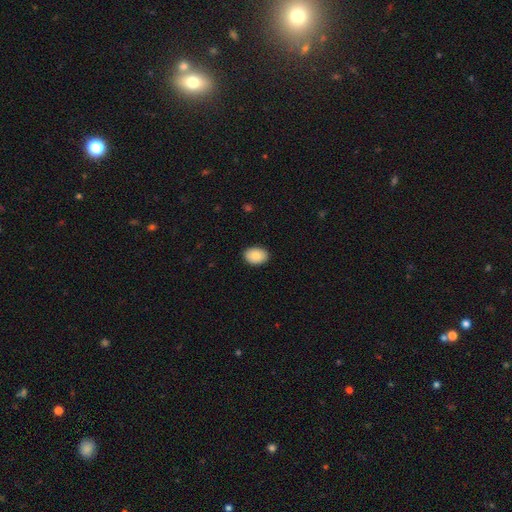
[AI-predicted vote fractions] Smooth or featured: smooth — 86% (featured or disk — 7%)
How rounded: in between — 79% (round — 20%)
Merging: none — 90% (minor disturbance — 8%)